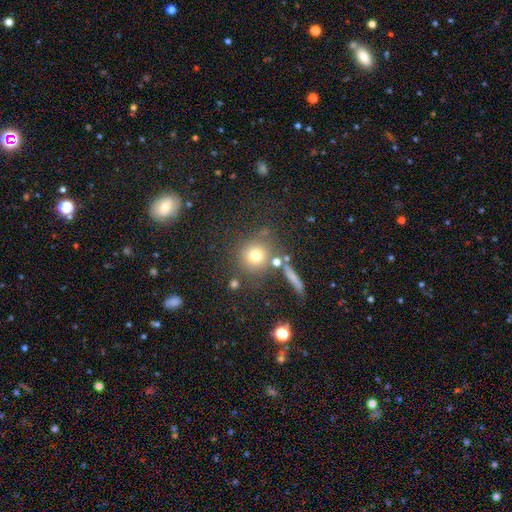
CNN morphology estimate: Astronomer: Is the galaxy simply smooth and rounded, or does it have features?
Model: smooth — 72%.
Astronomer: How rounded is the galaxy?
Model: round — 90%.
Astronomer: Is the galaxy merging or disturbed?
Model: none — 71%.